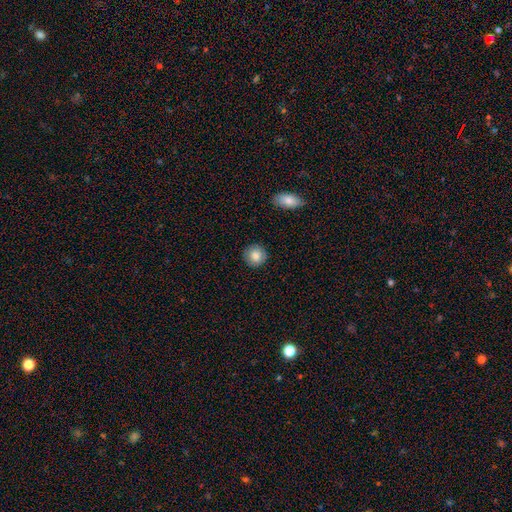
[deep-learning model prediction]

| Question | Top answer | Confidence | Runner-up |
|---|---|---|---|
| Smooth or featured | smooth | 83% | featured or disk (9%) |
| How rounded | round | 92% | in between (7%) |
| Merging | none | 89% | minor disturbance (7%) |